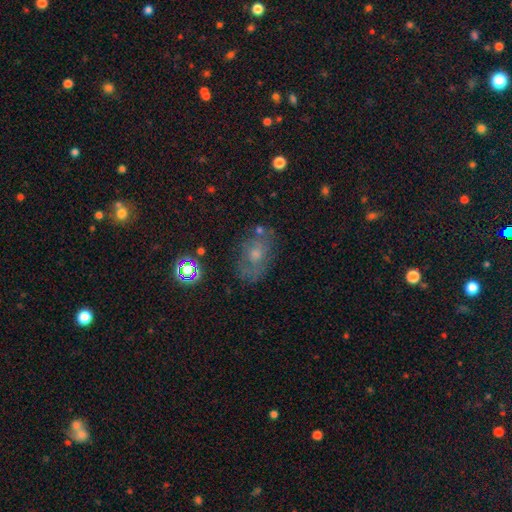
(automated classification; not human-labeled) This appears to be a smooth galaxy with no disk features (43%). Merging: none (66%).